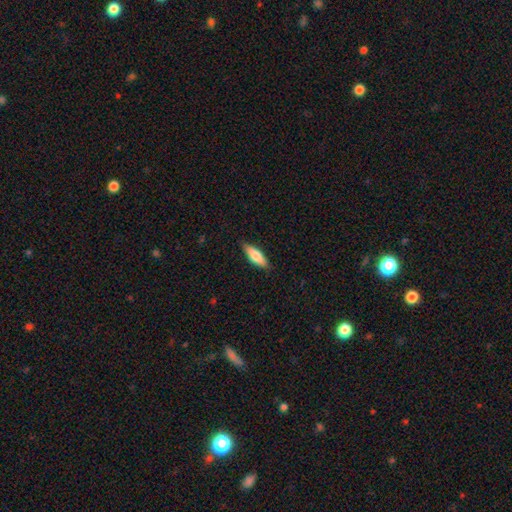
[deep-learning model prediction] smooth_or_featured: smooth (p=0.73) [alt: featured or disk p=0.22]
how_rounded: in between (p=0.55) [alt: cigar-shaped p=0.43]
merging: none (p=0.86) [alt: minor disturbance p=0.11]